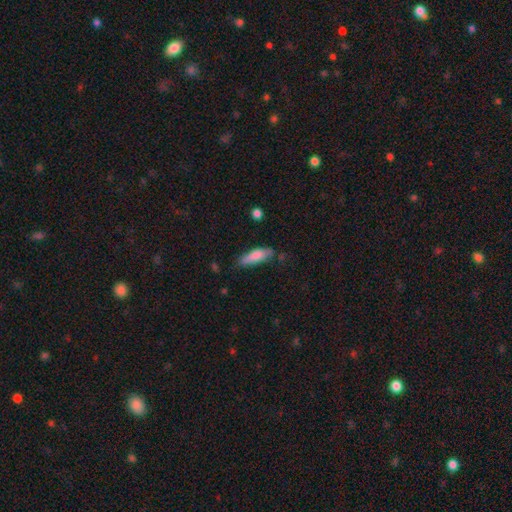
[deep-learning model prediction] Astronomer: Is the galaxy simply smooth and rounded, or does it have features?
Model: smooth — 78%.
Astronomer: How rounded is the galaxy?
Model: cigar-shaped — 54% (runner-up: in between, 44%).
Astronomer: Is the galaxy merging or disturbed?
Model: none — 64%.